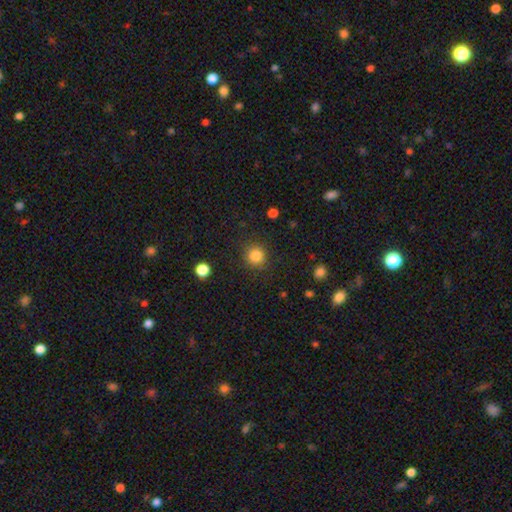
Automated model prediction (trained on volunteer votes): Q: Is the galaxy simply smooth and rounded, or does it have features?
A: smooth — 84%.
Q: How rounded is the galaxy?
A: round — 93%.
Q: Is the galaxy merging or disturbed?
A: none — 89%.